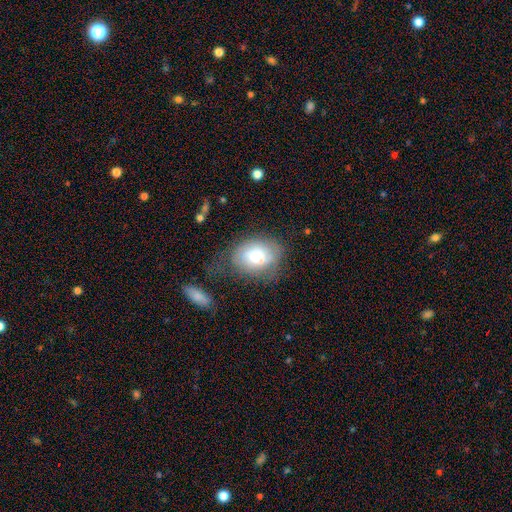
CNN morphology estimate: Overall: smooth (69%). How rounded: in between (64%; round 35%). Merging: none (55%; minor disturbance 25%).